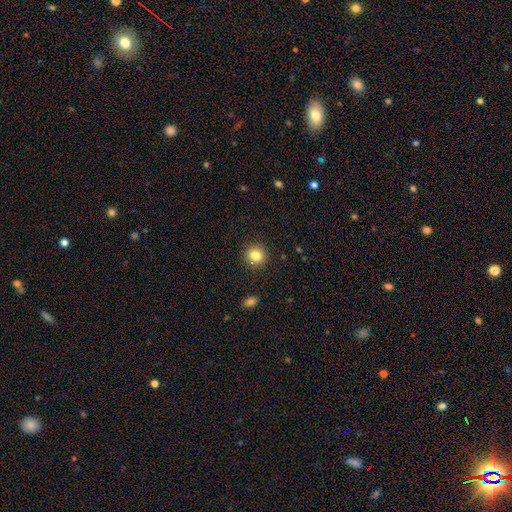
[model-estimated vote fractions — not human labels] smooth-or-featured: smooth: 83% | star or artifact: 11% | featured or disk: 6%
  how-rounded: round: 91% | in between: 8% | cigar-shaped: 1%
  merging: none: 91% | minor disturbance: 6% | major disturbance: 2% | merger: 1%